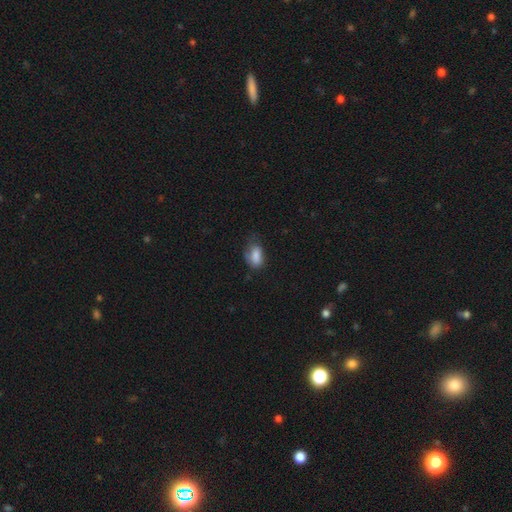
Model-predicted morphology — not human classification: smooth_or_featured: smooth (p=0.79) [alt: featured or disk p=0.12]
how_rounded: in between (p=0.87) [alt: round p=0.07]
merging: none (p=0.46) [alt: minor disturbance p=0.35]